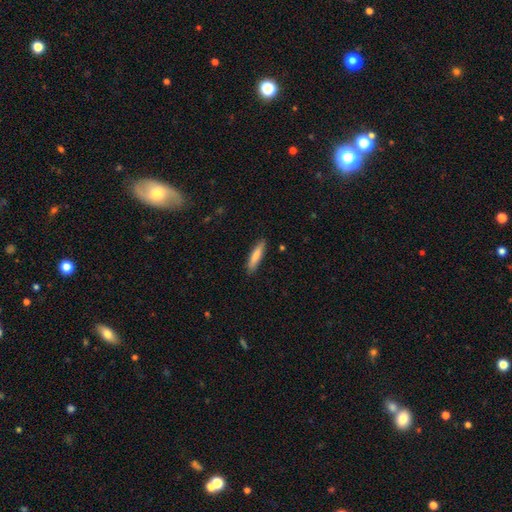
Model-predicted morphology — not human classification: smooth_or_featured: smooth (p=0.81) [alt: featured or disk p=0.14]
how_rounded: cigar-shaped (p=0.83) [alt: in between p=0.16]
merging: none (p=0.87) [alt: minor disturbance p=0.10]